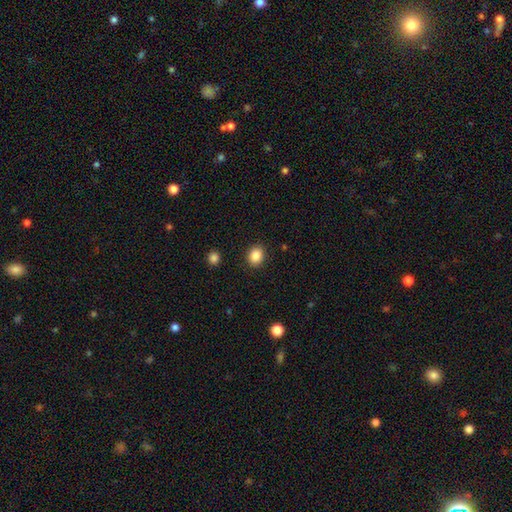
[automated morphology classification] Smooth or featured?
  - smooth: 87% *
  - star or artifact: 9%
  - featured or disk: 4%
How rounded?
  - round: 52% *
  - in between: 47%
  - cigar-shaped: 1%
Merging?
  - none: 89% *
  - minor disturbance: 7%
  - major disturbance: 2%
  - merger: 1%